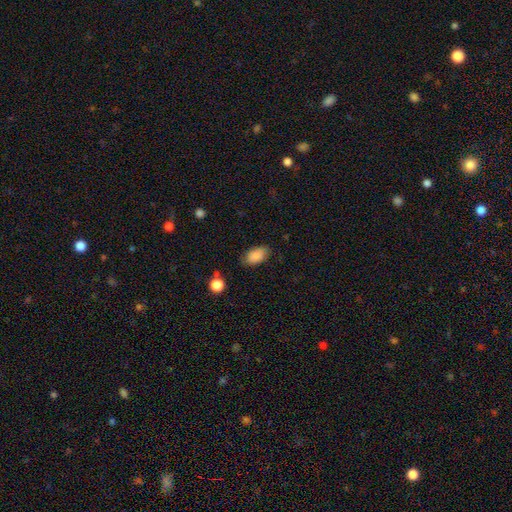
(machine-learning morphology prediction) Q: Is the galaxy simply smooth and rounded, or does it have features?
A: smooth — 87%.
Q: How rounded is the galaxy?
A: in between — 92%.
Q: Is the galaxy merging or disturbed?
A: none — 77%.